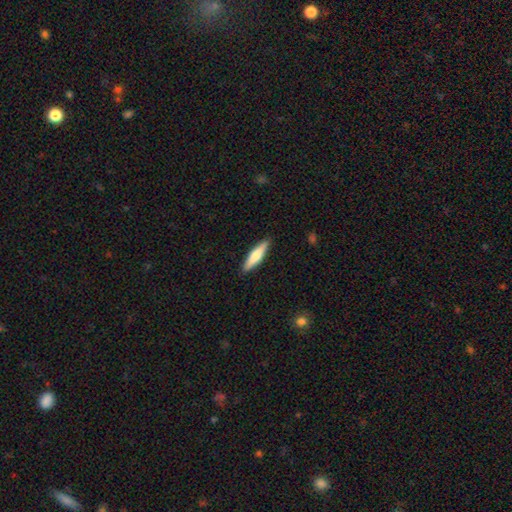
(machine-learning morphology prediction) smooth_or_featured: smooth (p=0.64) [alt: featured or disk p=0.31]
how_rounded: cigar-shaped (p=0.77) [alt: in between p=0.21]
merging: none (p=0.90) [alt: minor disturbance p=0.07]